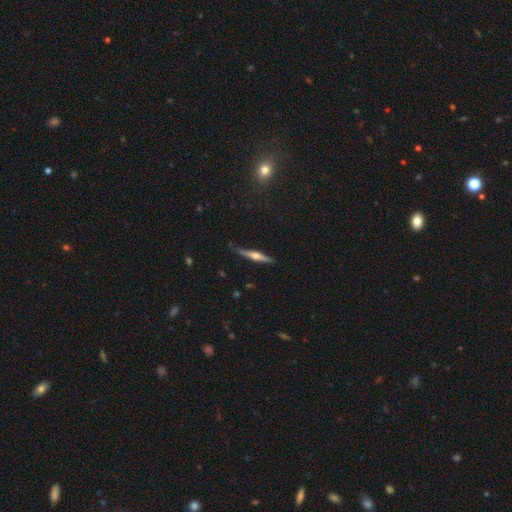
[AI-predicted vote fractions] smooth-or-featured: featured or disk: 66% | smooth: 28% | star or artifact: 6%
  disk-edge-on: yes: 97% | no: 3%
    edge-on-bulge: rounded: 90% | none: 5% | boxy: 5%
  merging: none: 84% | minor disturbance: 13% | major disturbance: 2% | merger: 1%